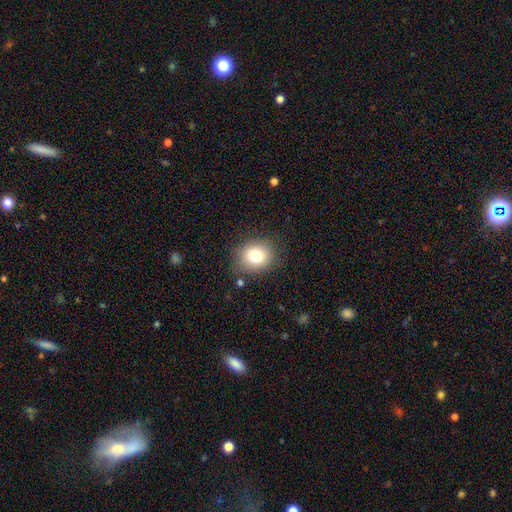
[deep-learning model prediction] Smooth or featured: smooth — 79% (star or artifact — 11%)
How rounded: round — 69% (in between — 30%)
Merging: none — 83% (minor disturbance — 12%)